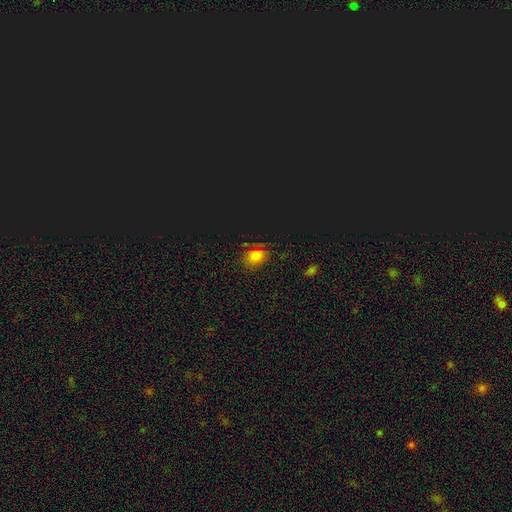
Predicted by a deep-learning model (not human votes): This appears to be a smooth galaxy with no disk features (61%) that is in between round and cigar-shaped (52%). Merging: none (77%).